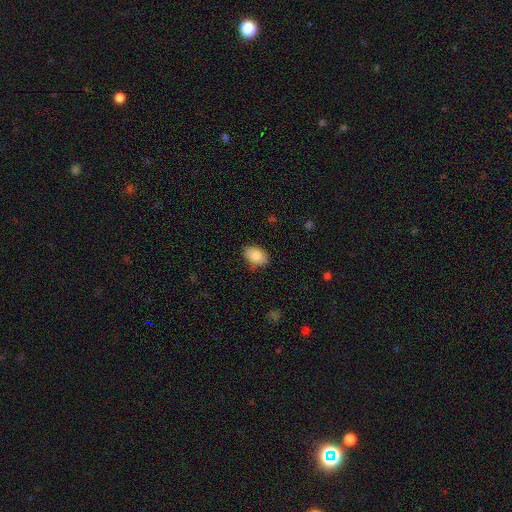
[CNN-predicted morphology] This appears to be a smooth galaxy with no disk features (87%) that is in between round and cigar-shaped (86%). Merging: none (80%).